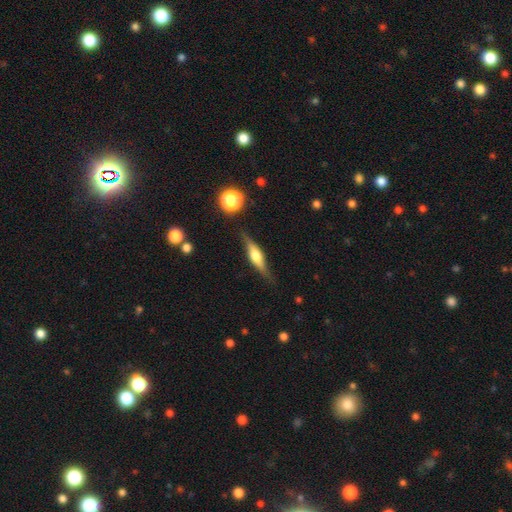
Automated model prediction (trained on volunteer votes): The model was most divided on "smooth or featured": featured or disk: 59%, smooth: 34%, star or artifact: 7%. More confident: edge-on disk — yes (93%); edge-on bulge — rounded (86%); merging — none (80%).